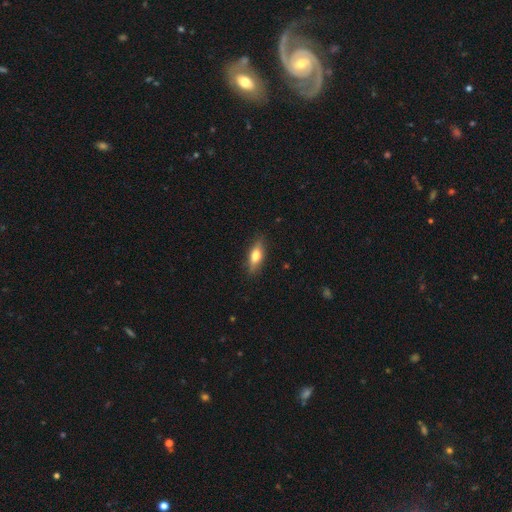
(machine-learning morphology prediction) Smooth or featured: smooth — 61% (featured or disk — 32%)
How rounded: in between — 59% (cigar-shaped — 37%)
Merging: none — 85% (minor disturbance — 12%)